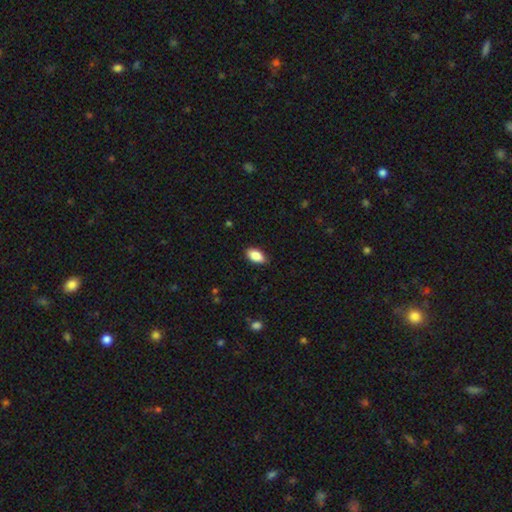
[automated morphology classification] type=smooth (87%); roundness=in between (93%); merging=none (85%).